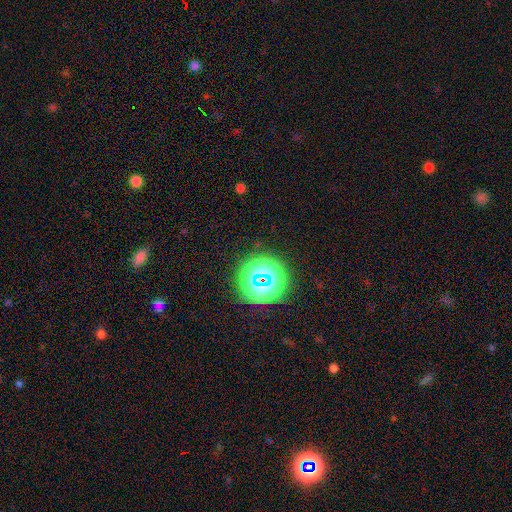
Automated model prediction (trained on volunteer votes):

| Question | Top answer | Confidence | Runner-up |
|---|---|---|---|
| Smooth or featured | star or artifact | 80% | smooth (14%) |